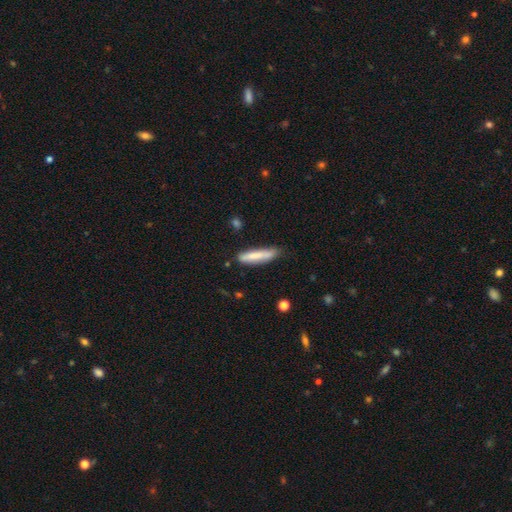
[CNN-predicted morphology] Smooth or featured?
  - smooth: 76% *
  - featured or disk: 18%
  - star or artifact: 6%
How rounded?
  - cigar-shaped: 83% *
  - in between: 16%
  - round: 1%
Merging?
  - none: 73% *
  - minor disturbance: 20%
  - major disturbance: 4%
  - merger: 3%